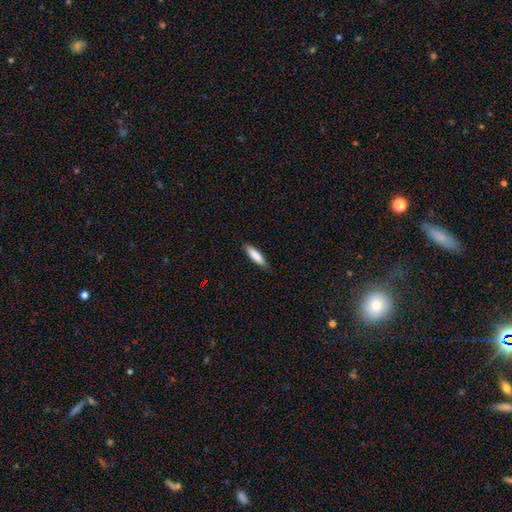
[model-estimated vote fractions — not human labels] Smooth or featured: smooth — 83% (featured or disk — 11%)
How rounded: cigar-shaped — 68% (in between — 31%)
Merging: none — 84% (minor disturbance — 13%)